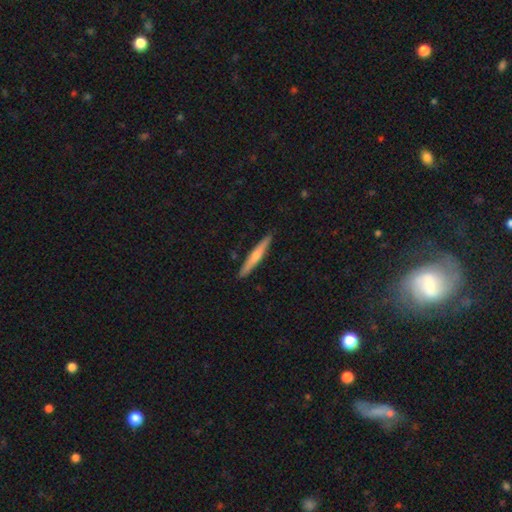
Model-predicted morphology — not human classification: Overall: smooth (54%; featured or disk 41%). How rounded: cigar-shaped (95%). Merging: none (90%).